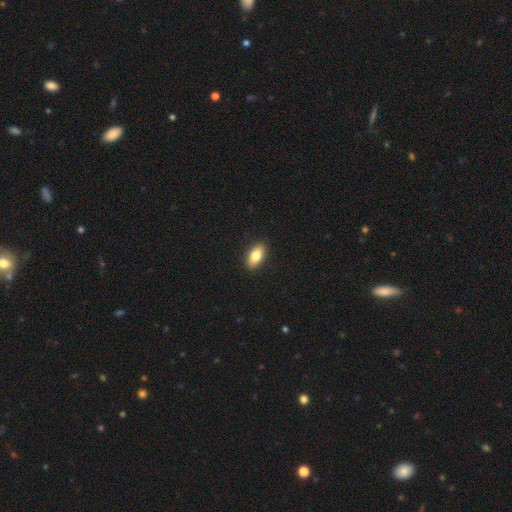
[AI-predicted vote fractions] A smooth galaxy with no disk features (79%) that is in between round and cigar-shaped (89%).

Vote fractions:
- Smooth or featured? smooth: 79% / featured or disk: 14% / star or artifact: 7%
- How rounded? in between: 89% / cigar-shaped: 7% / round: 5%
- Merging? none: 90% / minor disturbance: 7% / major disturbance: 2% / merger: 1%